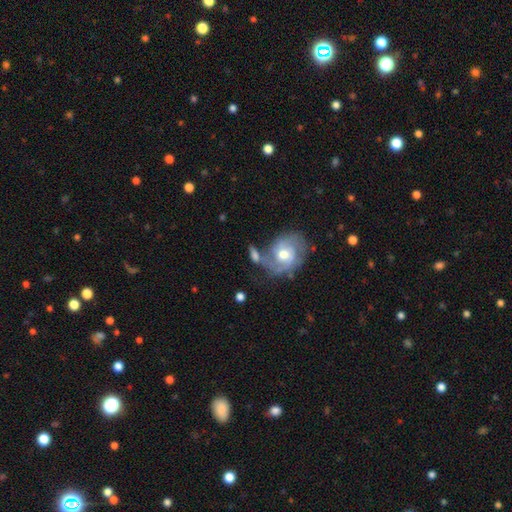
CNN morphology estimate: featured or disk 62%, smooth 30%, star or artifact 8%. Down the decision tree: edge-on disk — no (93%); bar — no (60%); spiral arms — yes (83%); bulge size — moderate (68%); merging — none (42%).